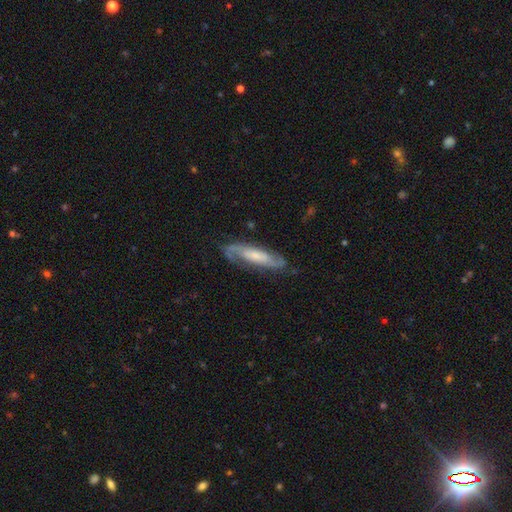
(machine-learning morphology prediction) This appears to be a featured or disk galaxy (77%) with no bar (50%), 2 (81%) medium (45%) spiral arms (95%) and a small central bulge (53%). Merging: none (75%).